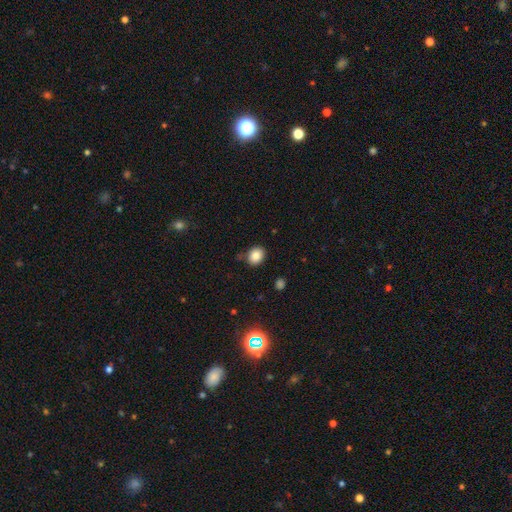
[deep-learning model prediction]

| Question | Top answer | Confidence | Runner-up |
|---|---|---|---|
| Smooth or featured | smooth | 85% | star or artifact (10%) |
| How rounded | round | 59% | in between (41%) |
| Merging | none | 81% | minor disturbance (12%) |